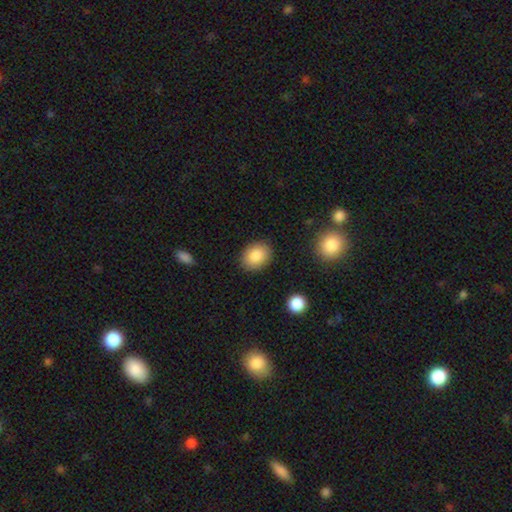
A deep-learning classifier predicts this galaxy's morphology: This is clearly a smooth galaxy (85%). How rounded: possibly in between (59%). Merging: clearly none (87%).